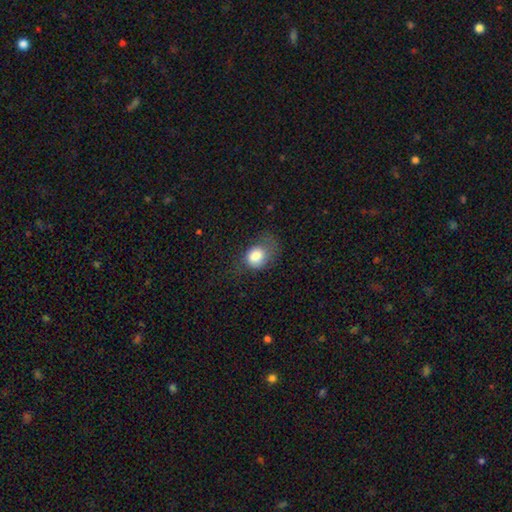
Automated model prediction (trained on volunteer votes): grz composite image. It shows a smooth galaxy with no disk features (81%) that is round (51%). Merging: none (42%).